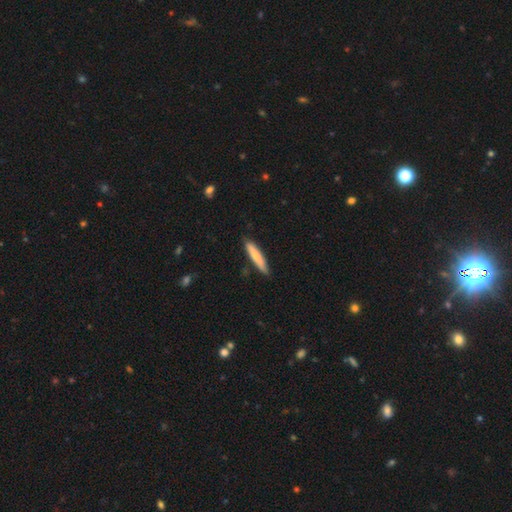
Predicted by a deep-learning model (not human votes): Smooth or featured?
  - smooth: 73% *
  - featured or disk: 21%
  - star or artifact: 5%
How rounded?
  - cigar-shaped: 90% *
  - in between: 9%
  - round: 1%
Merging?
  - none: 82% *
  - minor disturbance: 14%
  - major disturbance: 2%
  - merger: 2%